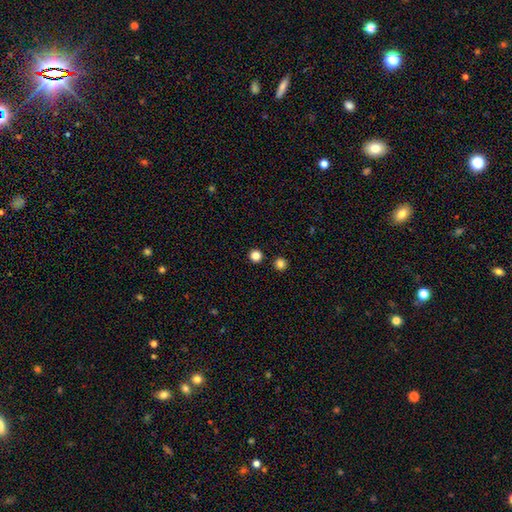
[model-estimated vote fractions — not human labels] Smooth or featured: smooth — 83% (star or artifact — 13%)
How rounded: round — 95% (in between — 4%)
Merging: none — 91% (minor disturbance — 4%)